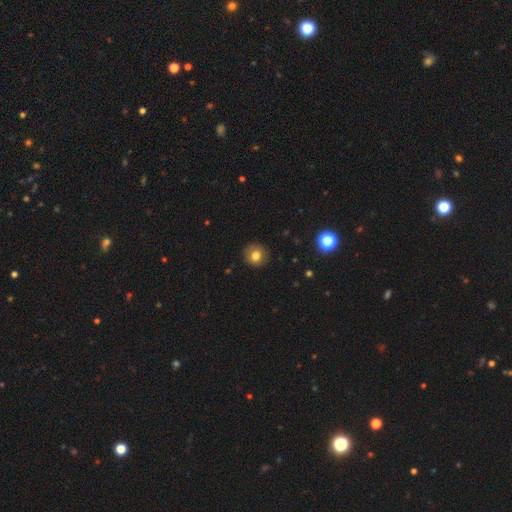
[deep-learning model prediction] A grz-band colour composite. It shows a smooth galaxy with no disk features (78%) that is round (90%). Merging: none (89%).